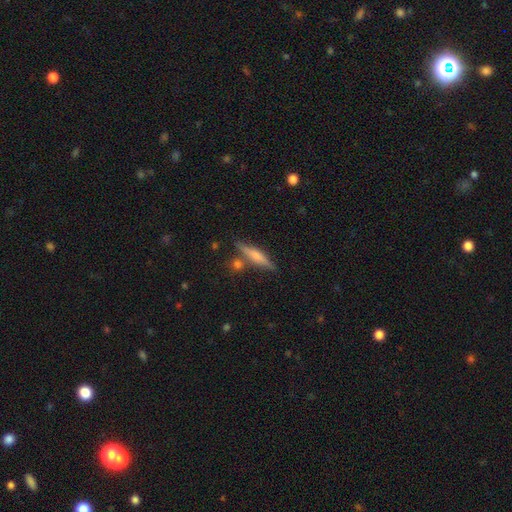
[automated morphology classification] A smooth galaxy with no disk features (48%). Merging: none (77%).